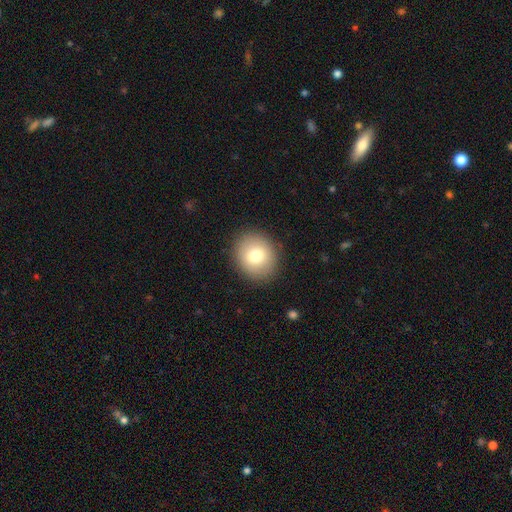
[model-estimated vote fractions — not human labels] Smooth or featured? Predicted: smooth (p=0.78). How rounded? Predicted: round (p=0.81). Merging? Predicted: none (p=0.89).